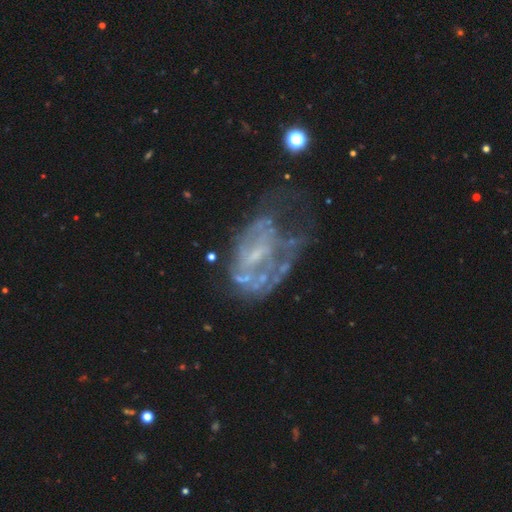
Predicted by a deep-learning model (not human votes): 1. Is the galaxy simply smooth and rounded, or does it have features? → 73% featured or disk, 15% smooth, 12% star or artifact.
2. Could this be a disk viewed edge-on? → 97% no, 3% yes.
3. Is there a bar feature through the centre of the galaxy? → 59% no, 32% weak, 8% strong.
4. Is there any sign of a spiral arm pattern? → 52% no, 48% yes.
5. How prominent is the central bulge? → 46% small, 36% none, 16% moderate, 1% large, 1% dominant.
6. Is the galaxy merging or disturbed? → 39% major disturbance, 31% none, 23% minor disturbance, 7% merger.